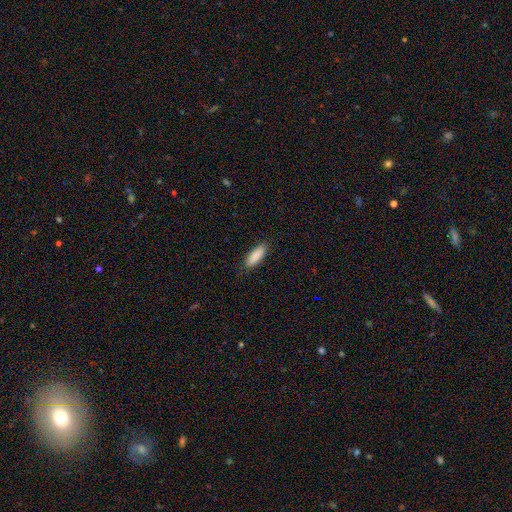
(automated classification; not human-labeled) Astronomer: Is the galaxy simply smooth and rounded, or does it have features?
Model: smooth — 90%.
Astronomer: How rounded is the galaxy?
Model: in between — 64%.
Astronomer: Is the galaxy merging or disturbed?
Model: none — 87%.